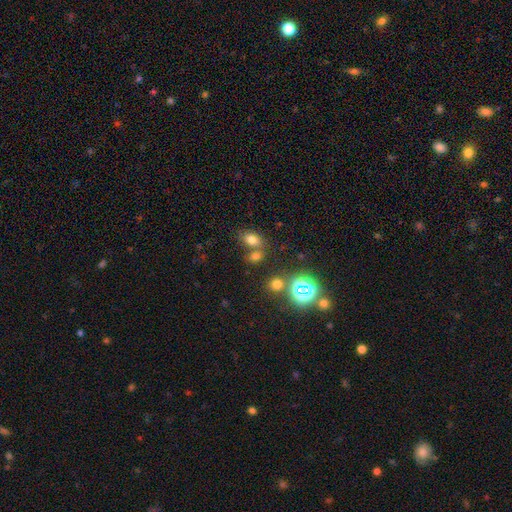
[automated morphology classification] smooth_or_featured: star or artifact (p=0.60) [alt: smooth p=0.30]